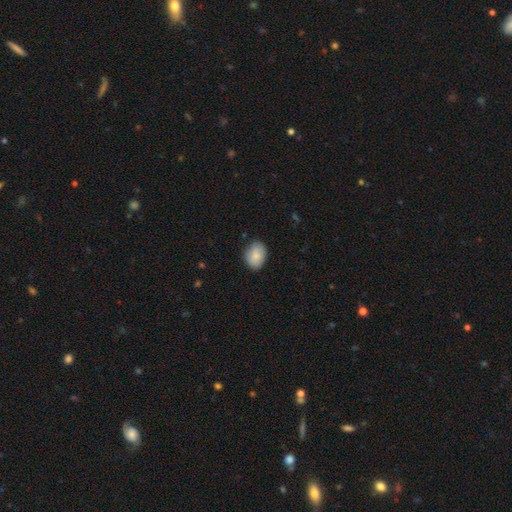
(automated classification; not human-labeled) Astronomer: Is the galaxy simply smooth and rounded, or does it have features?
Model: smooth — 84%.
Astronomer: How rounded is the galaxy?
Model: in between — 71%.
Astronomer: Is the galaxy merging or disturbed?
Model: none — 81%.